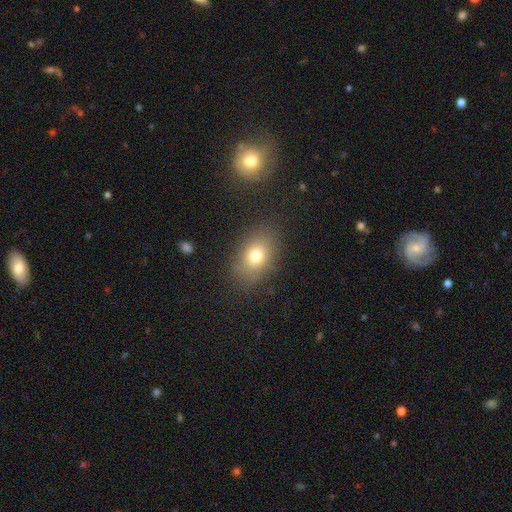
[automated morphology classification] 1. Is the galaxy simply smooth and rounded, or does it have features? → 75% smooth, 13% star or artifact, 12% featured or disk.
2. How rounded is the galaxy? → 72% in between, 27% round, 1% cigar-shaped.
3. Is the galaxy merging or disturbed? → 81% none, 12% minor disturbance, 5% major disturbance, 2% merger.